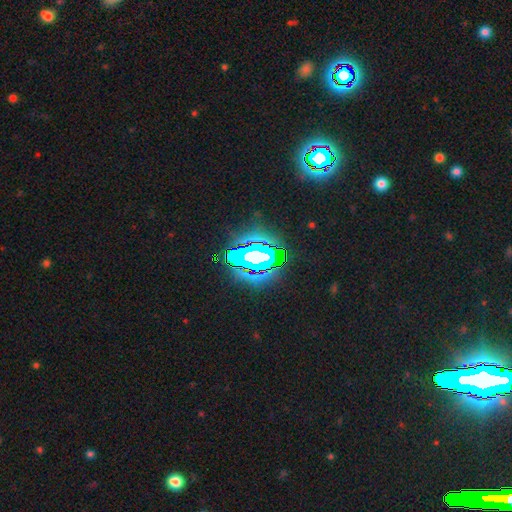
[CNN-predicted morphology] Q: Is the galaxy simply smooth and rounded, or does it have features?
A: star or artifact — 65%.